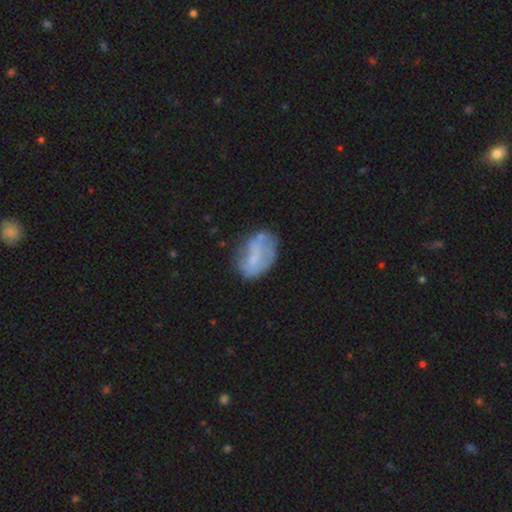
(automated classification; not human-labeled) Smooth or featured?
  - smooth: 48% *
  - featured or disk: 44%
  - star or artifact: 8%
Merging?
  - none: 48% *
  - minor disturbance: 29%
  - major disturbance: 16%
  - merger: 7%